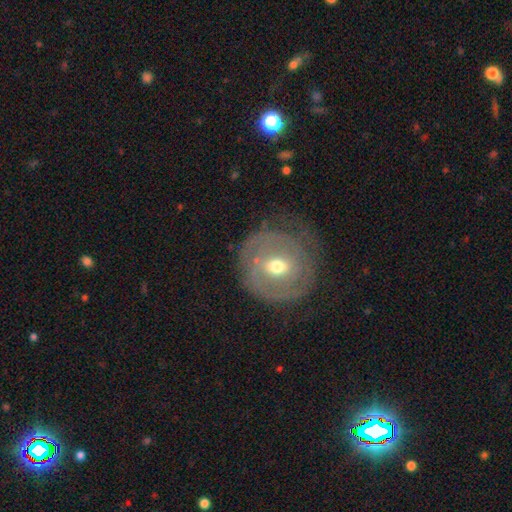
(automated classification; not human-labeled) A featured or disk galaxy (69%) with a weak bar (43%), spiral arms (73%) and a moderate central bulge (65%). Merging: none (74%).